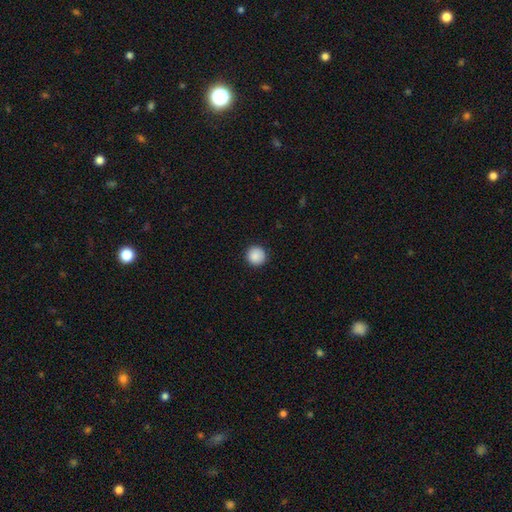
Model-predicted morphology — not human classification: A smooth galaxy with no disk features (89%) that is round (95%). Merging: none (92%).